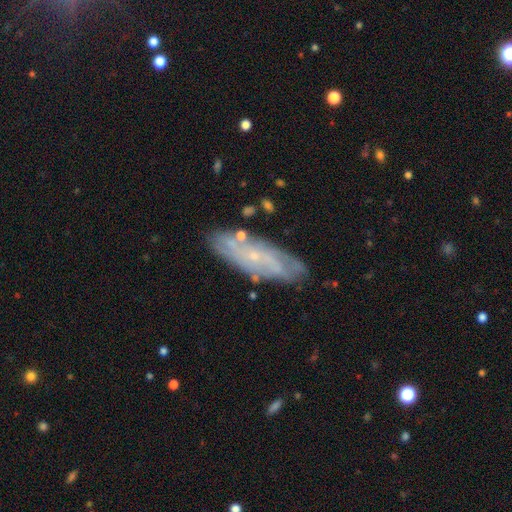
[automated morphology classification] This appears to be a featured or disk galaxy (66%) with no bar (73%), spiral arms (76%) and a small central bulge (83%). Merging: none (80%).